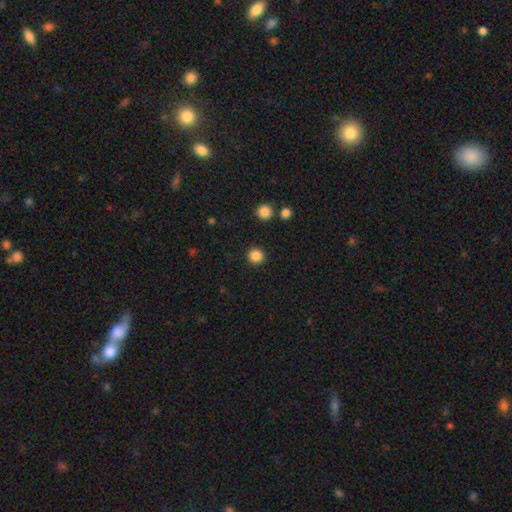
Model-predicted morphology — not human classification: smooth-or-featured: smooth: 86% | star or artifact: 11% | featured or disk: 3%
  how-rounded: round: 95% | in between: 4% | cigar-shaped: 1%
  merging: none: 92% | minor disturbance: 5% | major disturbance: 2% | merger: 2%